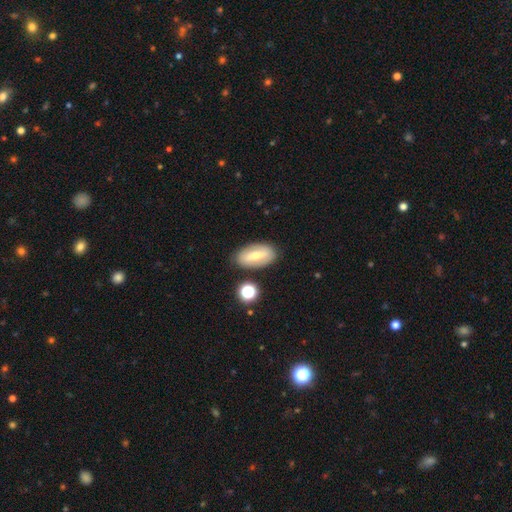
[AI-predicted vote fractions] This is possibly a smooth galaxy (48%). Merging: clearly none (82%).